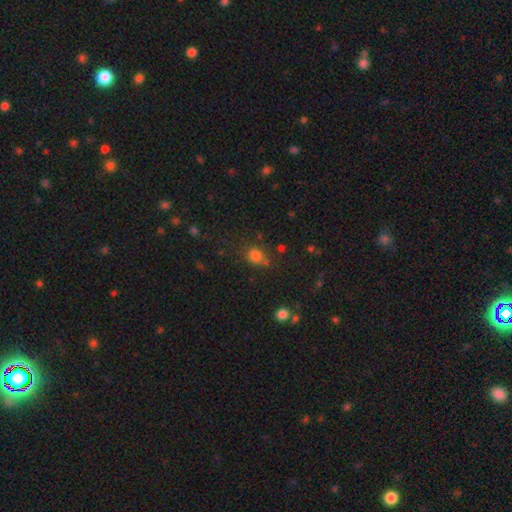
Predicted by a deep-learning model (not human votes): smooth 78%, star or artifact 15%, featured or disk 7%. Down the decision tree: how rounded — round (67%); merging — none (62%).